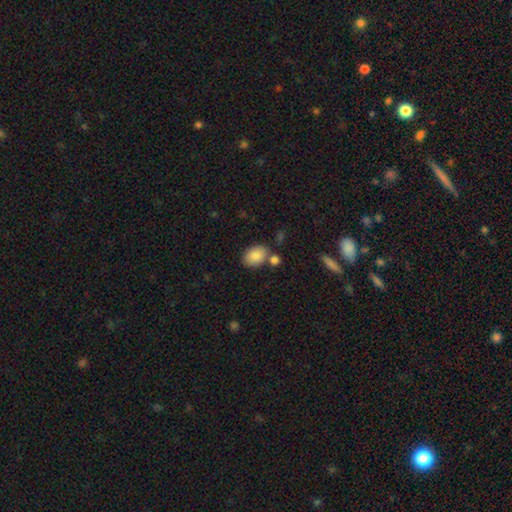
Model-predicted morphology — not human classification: Overall: smooth (85%). How rounded: in between (80%). Merging: none (69%).